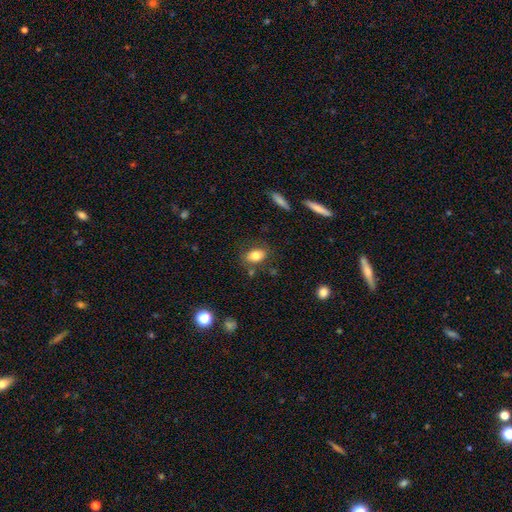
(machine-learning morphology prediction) This is likely a smooth galaxy (79%). How rounded: clearly in between (83%). Merging: likely none (77%).